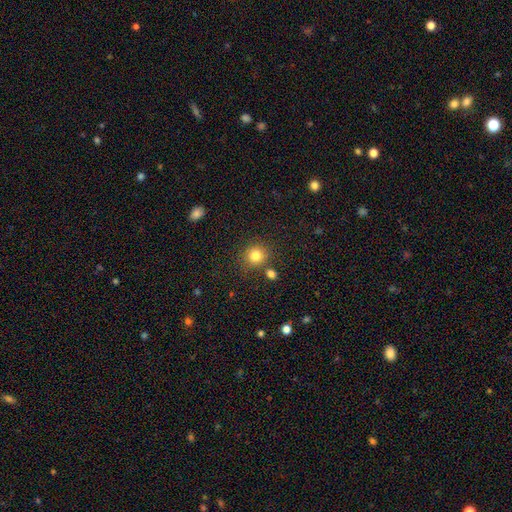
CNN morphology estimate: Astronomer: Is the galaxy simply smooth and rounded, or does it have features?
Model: smooth — 82%.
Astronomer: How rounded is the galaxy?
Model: round — 85%.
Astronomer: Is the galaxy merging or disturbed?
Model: none — 78%.